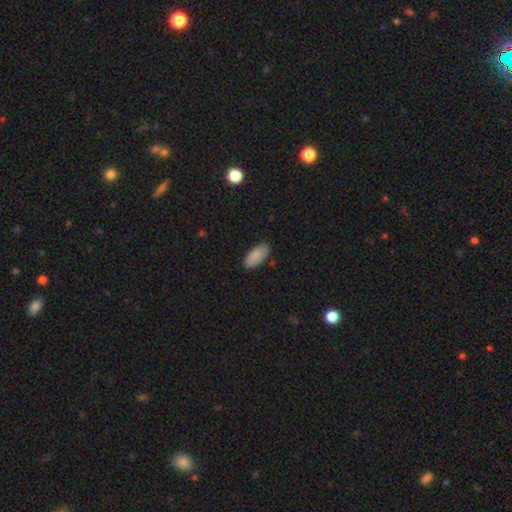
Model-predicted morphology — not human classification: A smooth galaxy with no disk features (88%) that is in between round and cigar-shaped (91%). Merging: none (84%).